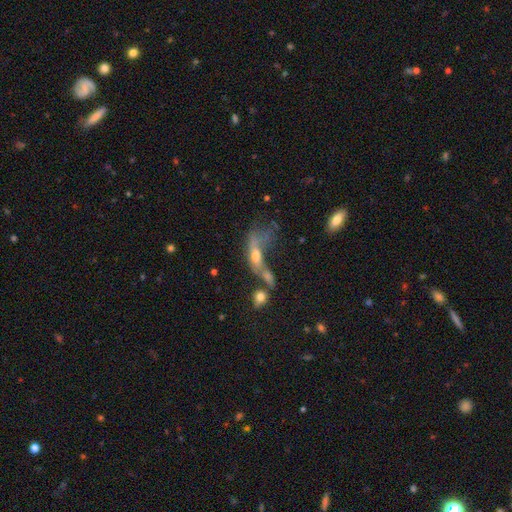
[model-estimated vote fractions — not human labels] smooth_or_featured: featured or disk (p=0.44) [alt: smooth p=0.42]
merging: merger (p=0.47) [alt: major disturbance p=0.29]